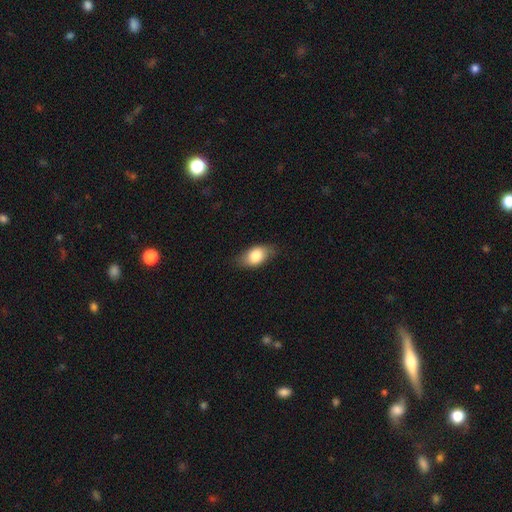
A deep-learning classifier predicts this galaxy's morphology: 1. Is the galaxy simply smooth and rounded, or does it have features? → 79% smooth, 15% featured or disk, 7% star or artifact.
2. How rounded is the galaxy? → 88% in between, 9% round, 3% cigar-shaped.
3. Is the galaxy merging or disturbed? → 76% none, 19% minor disturbance, 4% major disturbance, 1% merger.